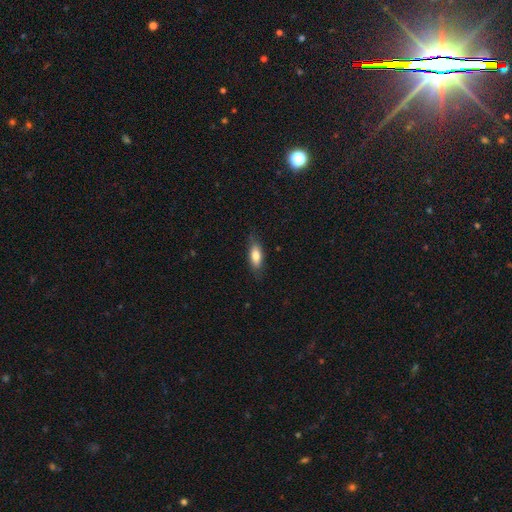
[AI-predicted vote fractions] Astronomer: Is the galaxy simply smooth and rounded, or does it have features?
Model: smooth — 77%.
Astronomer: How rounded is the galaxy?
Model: in between — 70%.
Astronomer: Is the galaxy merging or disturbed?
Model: none — 77%.